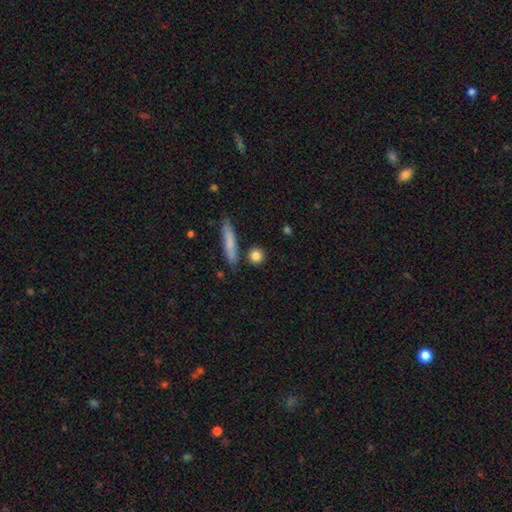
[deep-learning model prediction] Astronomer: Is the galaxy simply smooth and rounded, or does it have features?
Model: smooth — 84%.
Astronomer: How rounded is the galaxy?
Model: round — 79%.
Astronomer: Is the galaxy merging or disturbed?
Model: none — 81%.